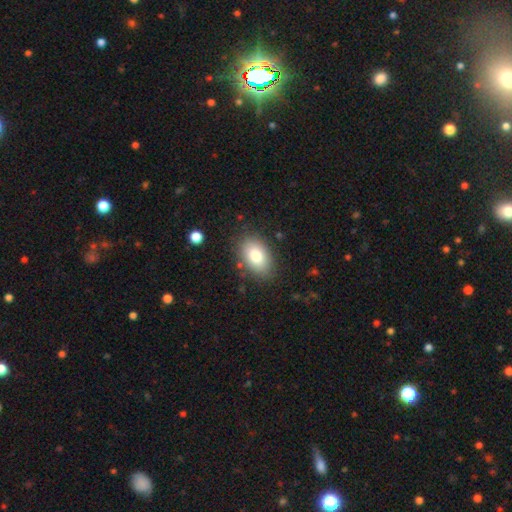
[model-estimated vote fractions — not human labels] This appears to be a smooth galaxy with no disk features (80%) that is in between round and cigar-shaped (89%). Merging: none (83%).